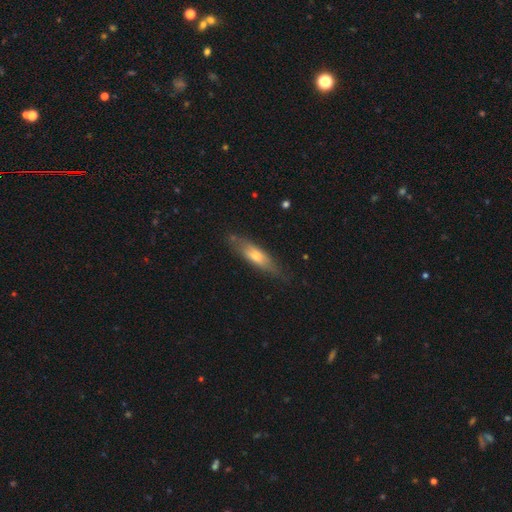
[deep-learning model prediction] smooth-or-featured: smooth: 51% | featured or disk: 43% | star or artifact: 7%
  how-rounded: cigar-shaped: 66% | in between: 32% | round: 2%
  merging: none: 77% | minor disturbance: 18% | major disturbance: 4% | merger: 2%